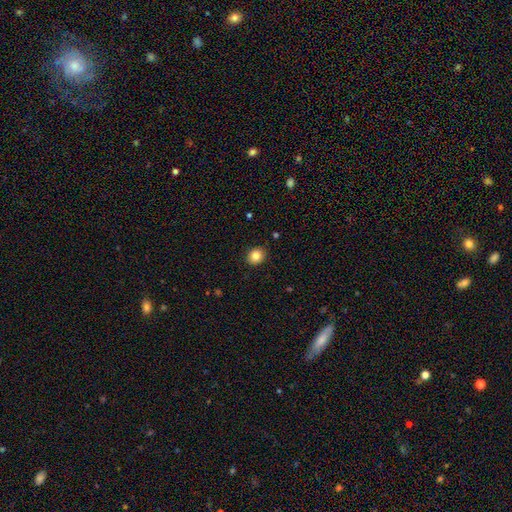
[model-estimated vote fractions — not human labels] smooth-or-featured: smooth: 84% | star or artifact: 10% | featured or disk: 6%
  how-rounded: round: 65% | in between: 35% | cigar-shaped: 1%
  merging: none: 89% | minor disturbance: 8% | major disturbance: 2% | merger: 1%